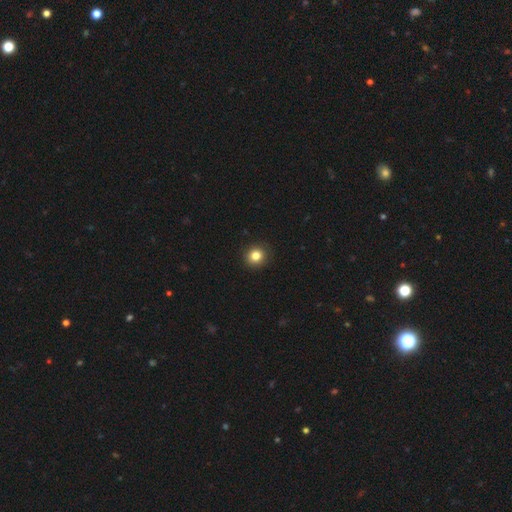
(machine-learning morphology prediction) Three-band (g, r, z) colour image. It shows a smooth galaxy with no disk features (83%) that is round (89%). Merging: none (92%).